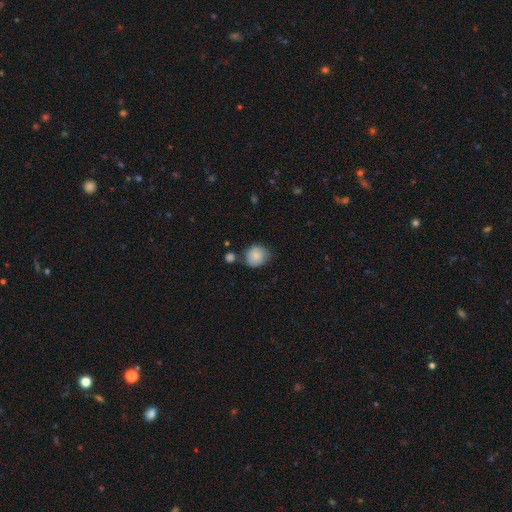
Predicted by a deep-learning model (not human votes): smooth-or-featured: smooth: 85% | star or artifact: 8% | featured or disk: 7%
  how-rounded: round: 79% | in between: 20% | cigar-shaped: 1%
  merging: none: 67% | minor disturbance: 21% | merger: 8% | major disturbance: 4%